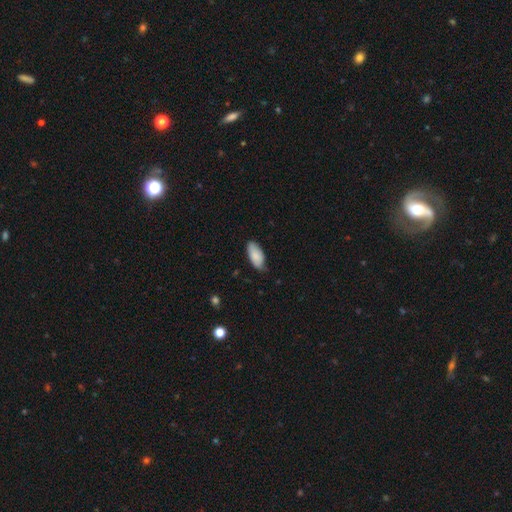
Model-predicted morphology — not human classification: A smooth galaxy with no disk features (85%) that is in between round and cigar-shaped (92%).

Vote fractions:
- Smooth or featured? smooth: 85% / featured or disk: 9% / star or artifact: 6%
- How rounded? in between: 92% / cigar-shaped: 7% / round: 2%
- Merging? none: 69% / minor disturbance: 26% / major disturbance: 3% / merger: 1%